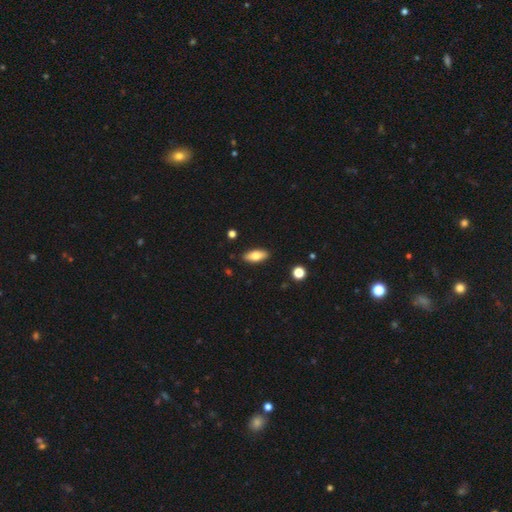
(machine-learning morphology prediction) The model was most divided on "smooth or featured": smooth: 74%, featured or disk: 19%, star or artifact: 7%. More confident: merging — none (89%); how rounded — in between (81%).